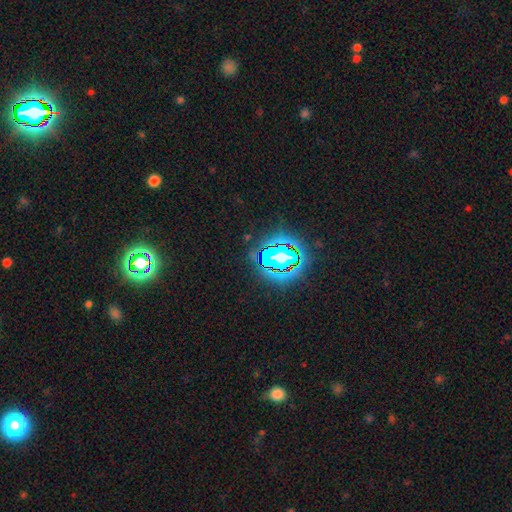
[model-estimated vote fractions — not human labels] Smooth or featured: star or artifact — 77% (smooth — 14%)